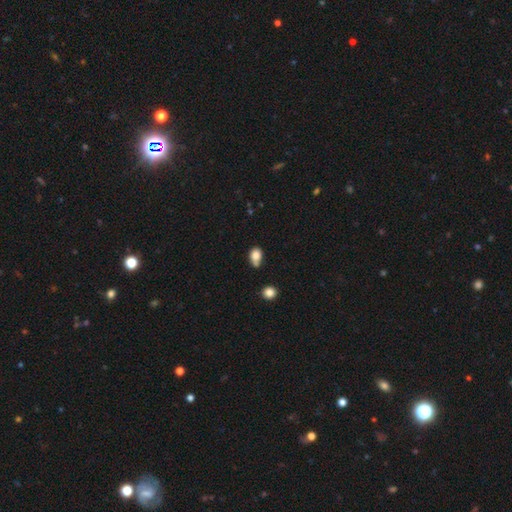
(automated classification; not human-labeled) Q: Smooth or featured?
A: smooth (81%); runner-up: star or artifact (10%)
Q: How rounded?
A: in between (68%); runner-up: round (31%)
Q: Merging?
A: none (45%); runner-up: minor disturbance (29%)